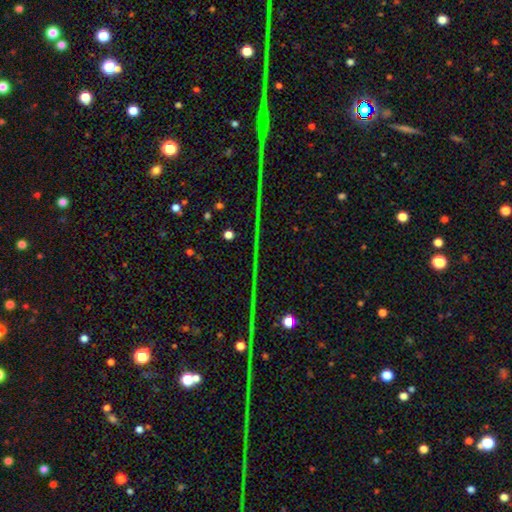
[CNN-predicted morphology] star or artifact 79%, featured or disk 11%, smooth 10%.